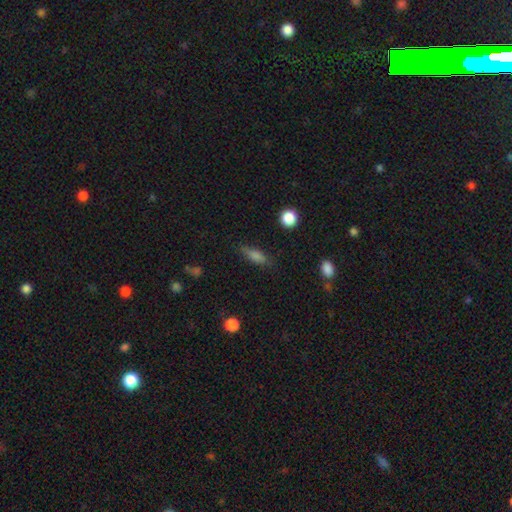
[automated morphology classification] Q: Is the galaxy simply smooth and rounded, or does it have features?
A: smooth — 74%.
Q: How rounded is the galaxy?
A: in between — 52%.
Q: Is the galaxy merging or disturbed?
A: none — 77%.